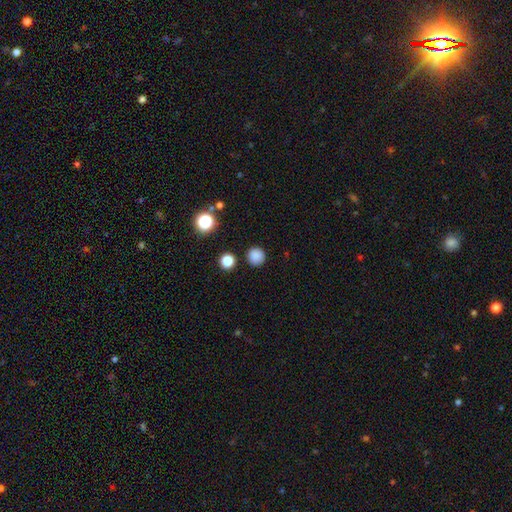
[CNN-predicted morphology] Smooth or featured? smooth (84%)
How rounded? round (95%)
Merging? none (89%)